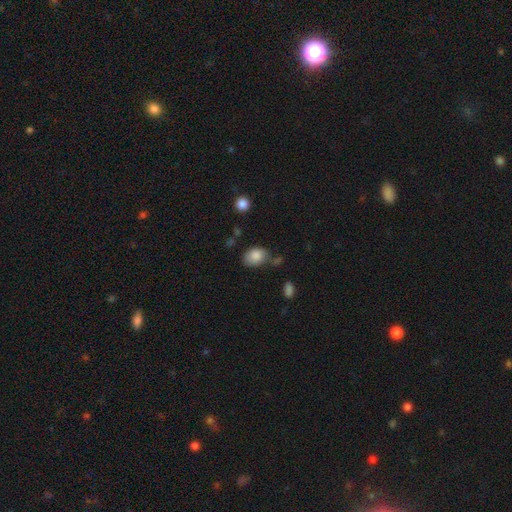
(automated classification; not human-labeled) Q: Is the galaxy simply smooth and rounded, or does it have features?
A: smooth — 85%.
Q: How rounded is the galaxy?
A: in between — 76%.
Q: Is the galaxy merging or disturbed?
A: none — 58%.